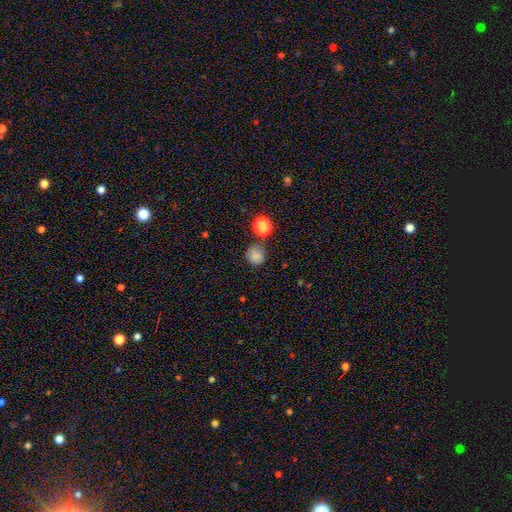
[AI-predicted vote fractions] Overall: smooth (76%). How rounded: round (82%). Merging: none (64%).